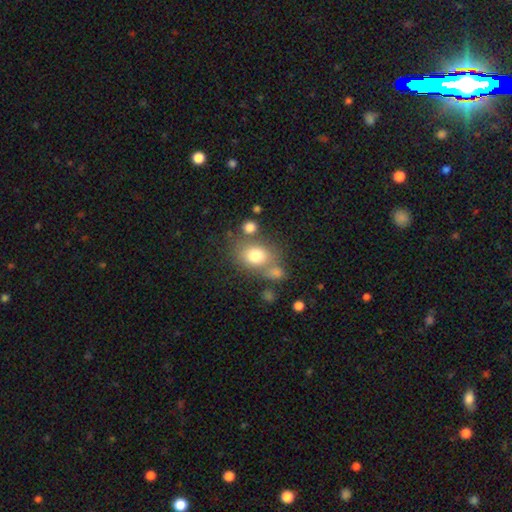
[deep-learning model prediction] smooth_or_featured: smooth (p=0.76) [alt: featured or disk p=0.13]
how_rounded: in between (p=0.51) [alt: round p=0.48]
merging: none (p=0.59) [alt: merger p=0.20]